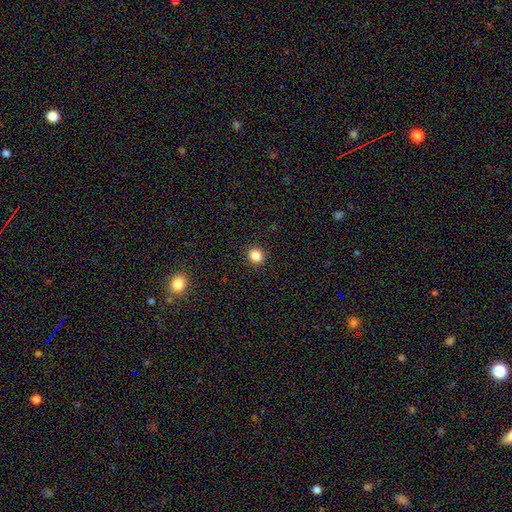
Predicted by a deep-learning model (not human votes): Overall: smooth (85%). How rounded: round (87%). Merging: none (92%).